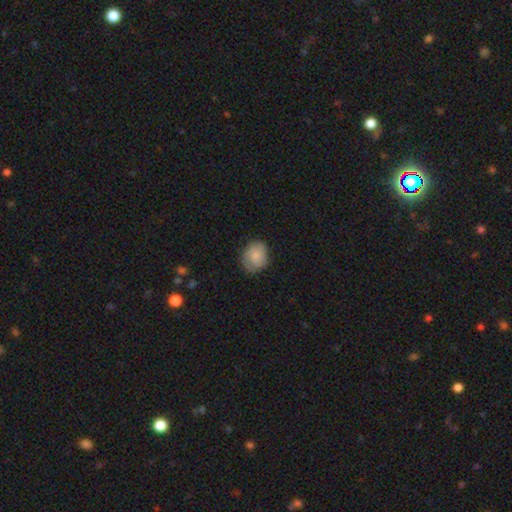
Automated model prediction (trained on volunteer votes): A smooth galaxy with no disk features (72%) that is round (59%). Merging: none (72%).